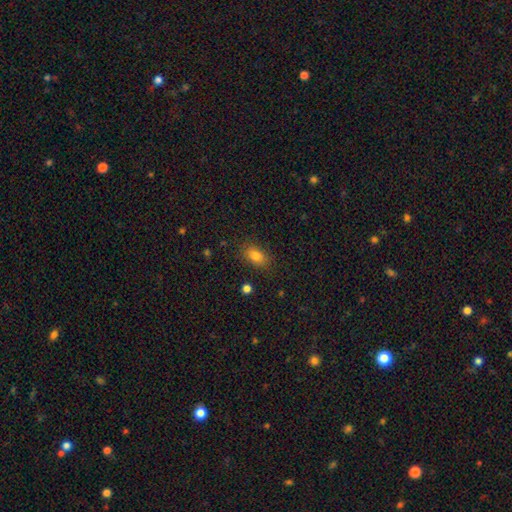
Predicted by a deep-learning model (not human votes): smooth-or-featured: smooth: 82% | star or artifact: 11% | featured or disk: 7%
  how-rounded: in between: 82% | round: 16% | cigar-shaped: 2%
  merging: none: 84% | minor disturbance: 11% | major disturbance: 3% | merger: 2%